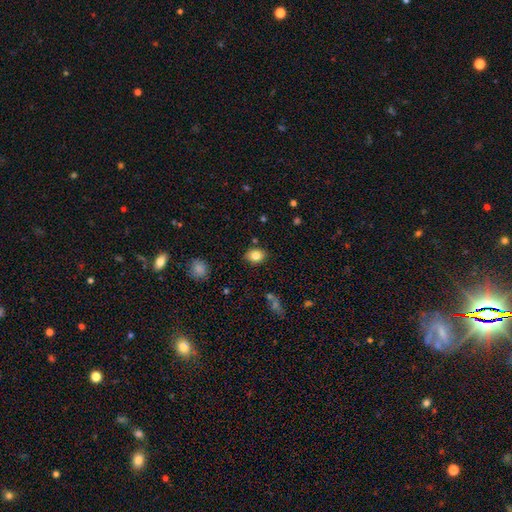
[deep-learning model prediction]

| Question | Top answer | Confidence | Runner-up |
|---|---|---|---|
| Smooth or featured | smooth | 82% | star or artifact (10%) |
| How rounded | in between | 62% | round (36%) |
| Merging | none | 84% | minor disturbance (11%) |